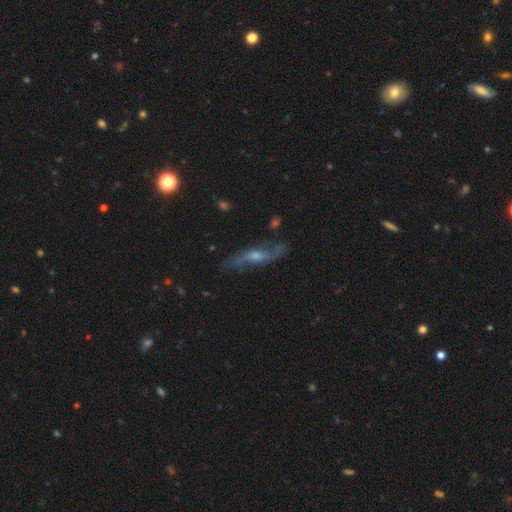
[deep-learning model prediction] Q: Smooth or featured?
A: featured or disk (77%); runner-up: smooth (14%)
Q: Edge-on disk?
A: no (72%); runner-up: yes (28%)
Q: Bar?
A: no (50%); runner-up: weak (38%)
Q: Spiral arms?
A: yes (91%); runner-up: no (9%)
Q: Spiral winding?
A: loose (72%); runner-up: medium (22%)
Q: Spiral arm count?
A: 2 (88%); runner-up: can't tell (6%)
Q: Bulge size?
A: moderate (54%); runner-up: small (32%)
Q: Merging?
A: none (73%); runner-up: minor disturbance (16%)